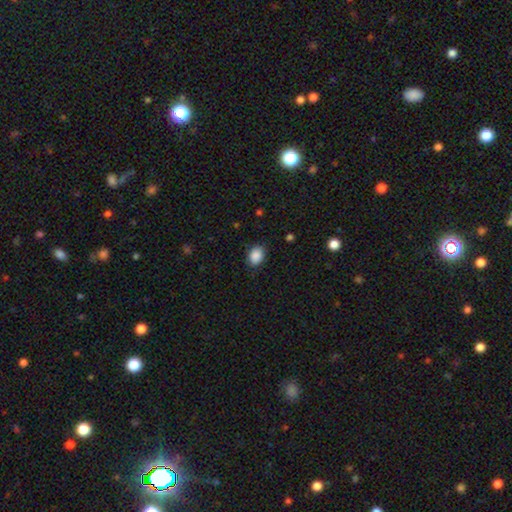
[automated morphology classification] smooth-or-featured: smooth: 89% | star or artifact: 8% | featured or disk: 3%
  how-rounded: in between: 68% | round: 31% | cigar-shaped: 1%
  merging: none: 84% | minor disturbance: 12% | major disturbance: 3% | merger: 1%